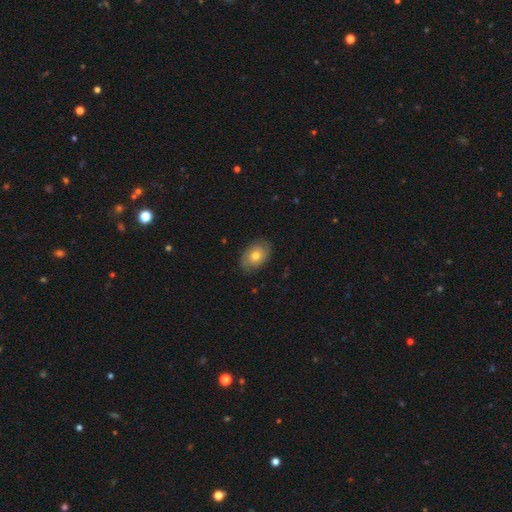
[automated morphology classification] This is likely a smooth galaxy (66%). How rounded: clearly in between (82%). Merging: clearly none (83%).